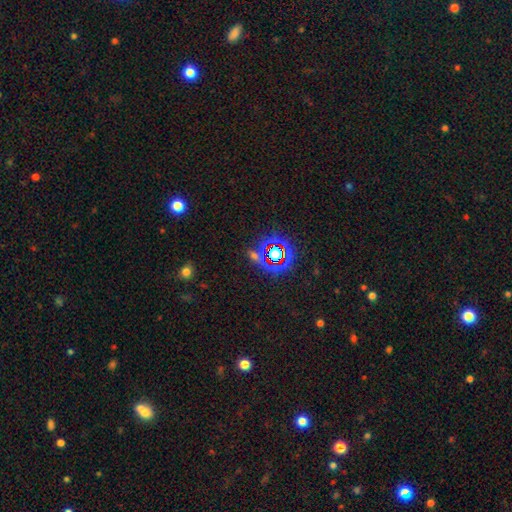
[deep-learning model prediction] Smooth or featured? Predicted: star or artifact (p=0.74).